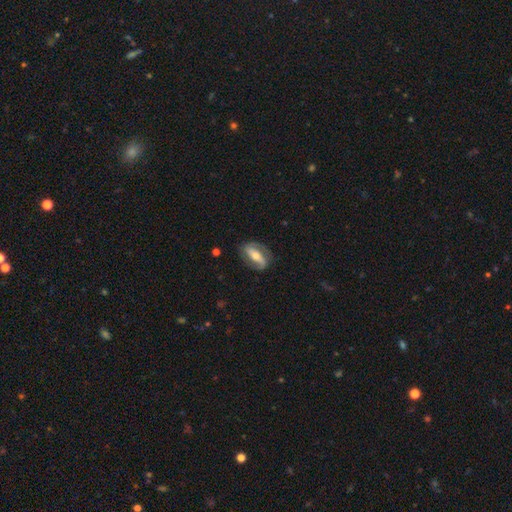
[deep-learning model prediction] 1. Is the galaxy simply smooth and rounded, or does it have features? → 73% featured or disk, 22% smooth, 5% star or artifact.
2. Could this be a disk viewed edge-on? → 90% no, 10% yes.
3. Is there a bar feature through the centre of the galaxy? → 55% strong, 23% weak, 22% no.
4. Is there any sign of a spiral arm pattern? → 82% yes, 18% no.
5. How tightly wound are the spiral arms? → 38% medium, 31% loose, 30% tight.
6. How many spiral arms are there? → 84% 2, 7% can't tell, 6% 1, 1% 3, 1% 4, 1% more than 4.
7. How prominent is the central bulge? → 62% moderate, 31% small, 5% large, 1% none, 1% dominant.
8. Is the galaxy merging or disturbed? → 77% none, 15% minor disturbance, 6% major disturbance, 1% merger.